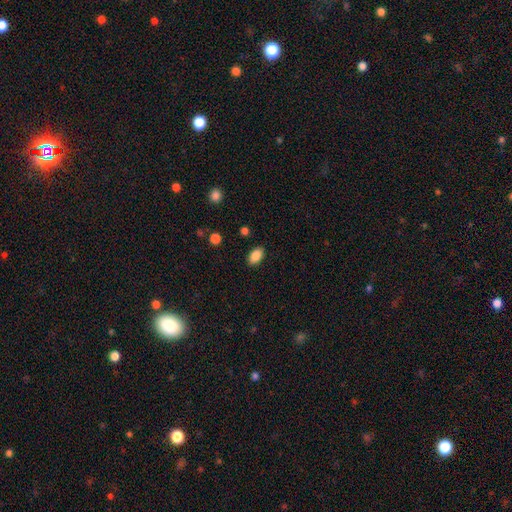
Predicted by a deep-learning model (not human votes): Q: Smooth or featured?
A: smooth (87%); runner-up: star or artifact (8%)
Q: How rounded?
A: in between (91%); runner-up: round (7%)
Q: Merging?
A: none (87%); runner-up: minor disturbance (9%)